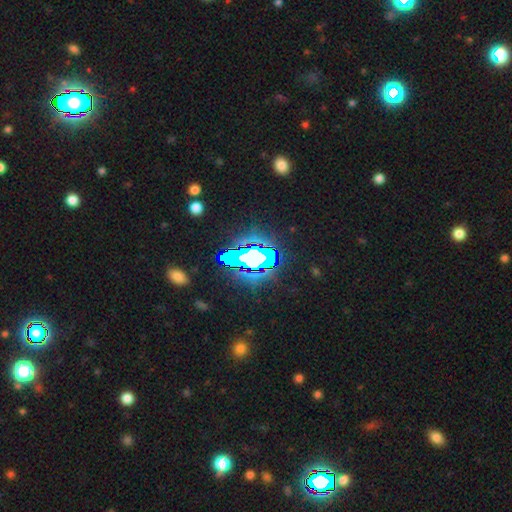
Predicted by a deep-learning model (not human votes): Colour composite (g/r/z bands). It shows a star or artifact, not a galaxy (65%).